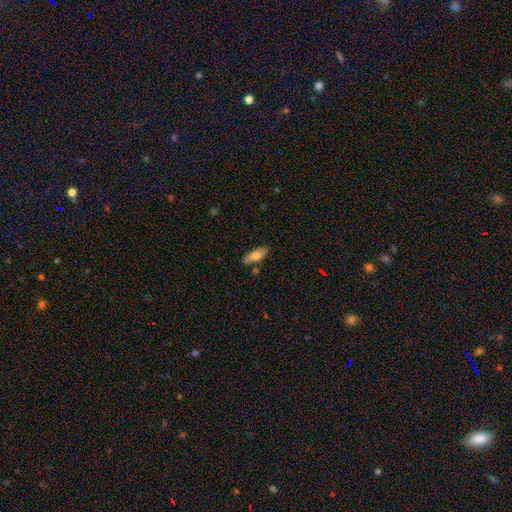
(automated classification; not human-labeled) Smooth or featured? Predicted: smooth (p=0.69). How rounded? Predicted: in between (p=0.79). Merging? Predicted: none (p=0.79).